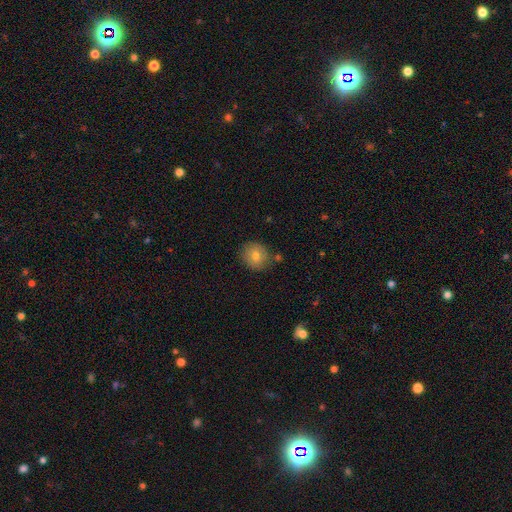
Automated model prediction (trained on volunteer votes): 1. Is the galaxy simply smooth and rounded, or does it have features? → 76% smooth, 14% featured or disk, 9% star or artifact.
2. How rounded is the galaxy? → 81% round, 18% in between, 1% cigar-shaped.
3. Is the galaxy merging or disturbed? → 80% none, 12% minor disturbance, 5% merger, 3% major disturbance.